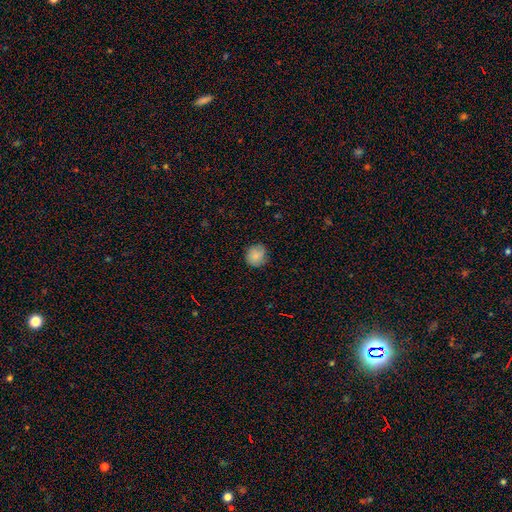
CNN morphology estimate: A smooth galaxy with no disk features (83%) that is round (87%). Merging: none (79%).